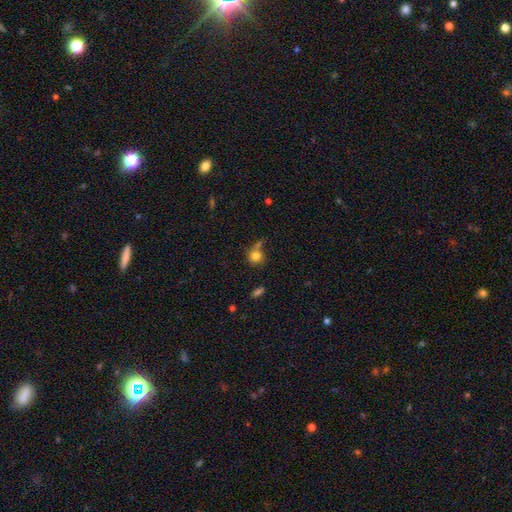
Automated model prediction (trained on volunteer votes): This is clearly a smooth galaxy (80%). How rounded: clearly round (85%). Merging: possibly none (54%).